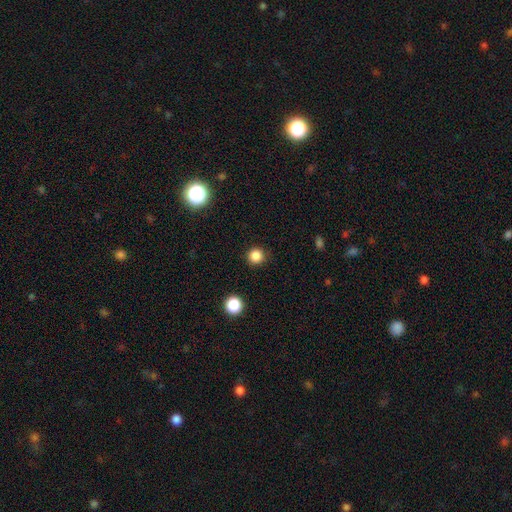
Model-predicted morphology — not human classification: Smooth or featured? smooth (84%)
How rounded? round (95%)
Merging? none (90%)